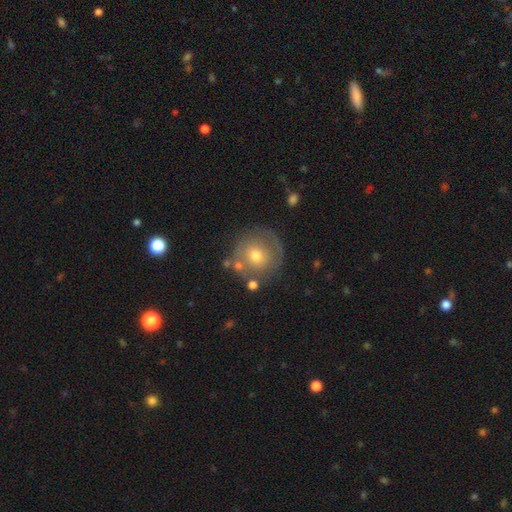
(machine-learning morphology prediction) smooth 50%, featured or disk 38%, star or artifact 12%. Down the decision tree: merging — none (75%).